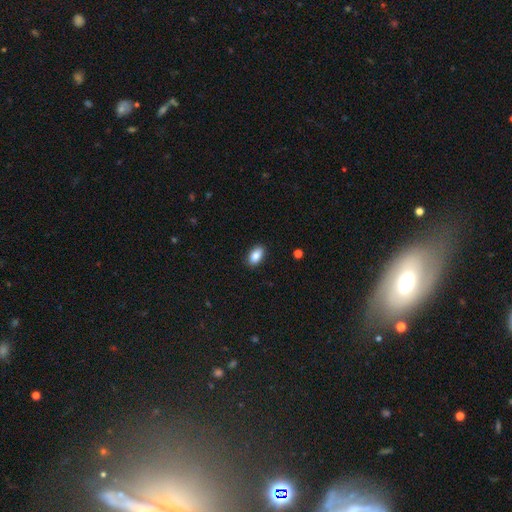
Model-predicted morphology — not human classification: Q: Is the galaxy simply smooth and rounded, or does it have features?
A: smooth — 87%.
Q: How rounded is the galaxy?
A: in between — 92%.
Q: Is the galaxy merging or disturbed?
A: none — 88%.